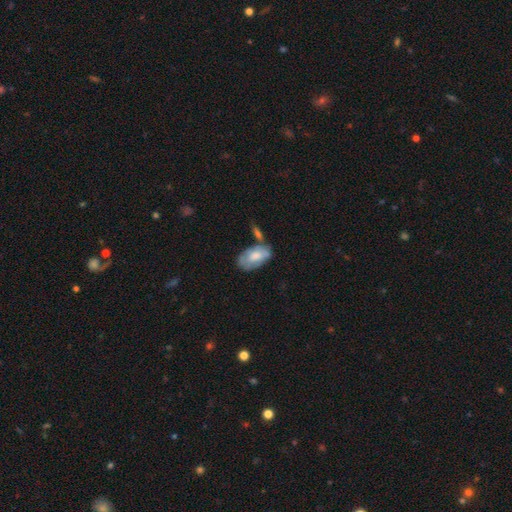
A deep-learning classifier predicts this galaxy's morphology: A smooth galaxy with no disk features (65%) that is in between round and cigar-shaped (93%).

Vote fractions:
- Smooth or featured? smooth: 65% / featured or disk: 29% / star or artifact: 6%
- How rounded? in between: 93% / round: 5% / cigar-shaped: 2%
- Merging? none: 42% / minor disturbance: 25% / merger: 22% / major disturbance: 11%